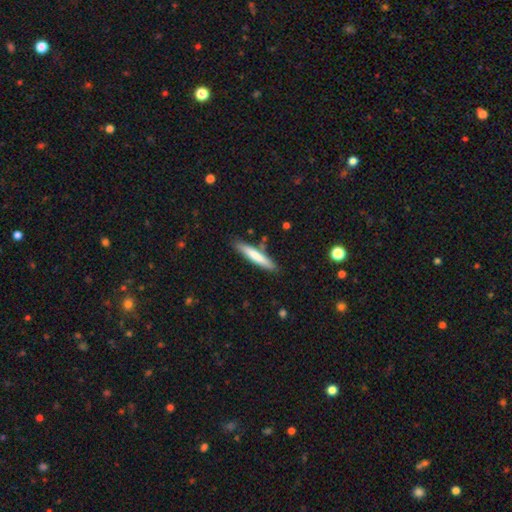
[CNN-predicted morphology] This appears to be a smooth galaxy with no disk features (73%) that is cigar-shaped (91%). Merging: none (85%).